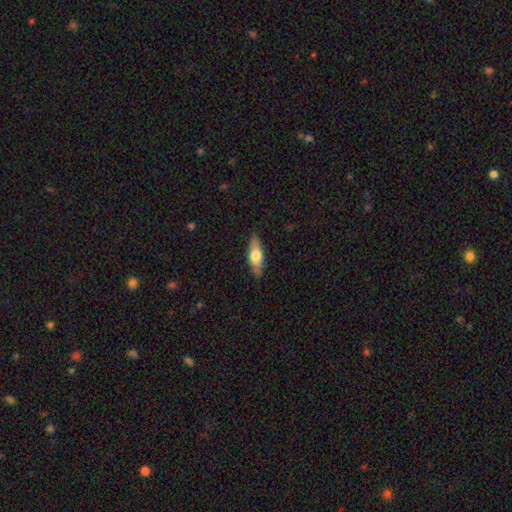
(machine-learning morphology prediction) Smooth or featured: smooth — 57% (featured or disk — 37%)
How rounded: in between — 55% (cigar-shaped — 42%)
Merging: none — 87% (minor disturbance — 10%)